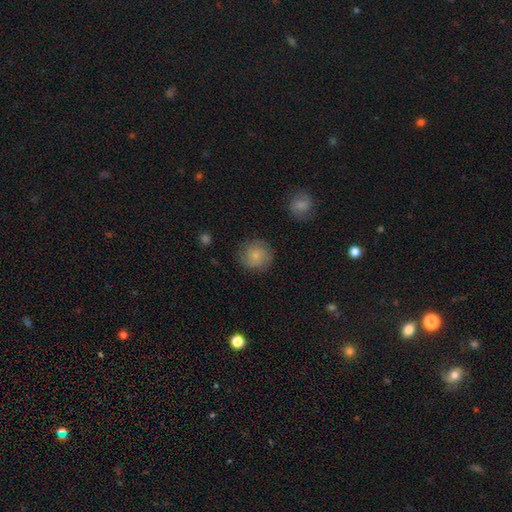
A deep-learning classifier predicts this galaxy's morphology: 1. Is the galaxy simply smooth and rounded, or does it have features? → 69% smooth, 23% featured or disk, 8% star or artifact.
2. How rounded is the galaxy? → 91% round, 8% in between, 1% cigar-shaped.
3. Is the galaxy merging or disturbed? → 81% none, 14% minor disturbance, 4% major disturbance, 1% merger.